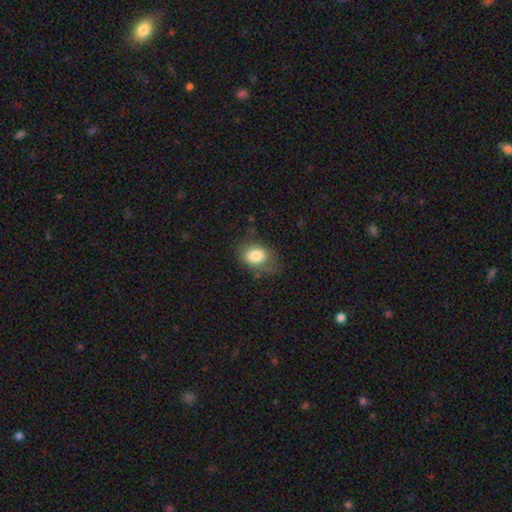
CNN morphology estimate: Overall: smooth (81%). How rounded: in between (73%). Merging: none (55%; minor disturbance 29%).